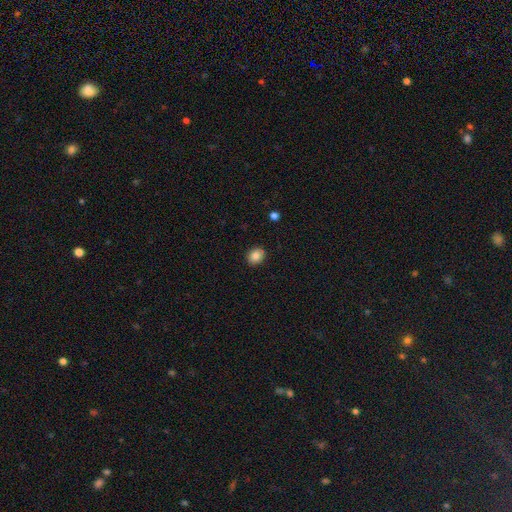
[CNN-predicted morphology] Overall: smooth (84%). How rounded: round (58%; in between 41%). Merging: none (89%).